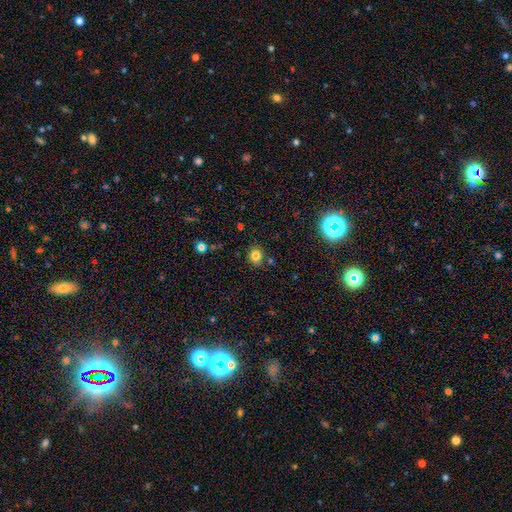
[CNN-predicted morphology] A smooth galaxy with no disk features (79%) that is round (72%).

Vote fractions:
- Smooth or featured? smooth: 79% / star or artifact: 14% / featured or disk: 7%
- How rounded? round: 72% / in between: 27% / cigar-shaped: 1%
- Merging? none: 83% / minor disturbance: 11% / merger: 4% / major disturbance: 3%